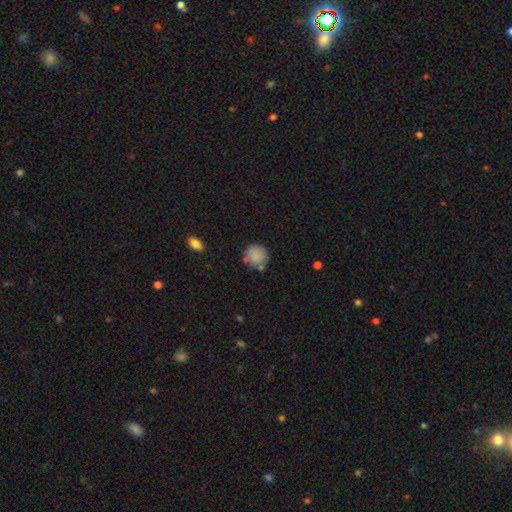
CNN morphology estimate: Smooth or featured: smooth — 83% (featured or disk — 9%)
How rounded: round — 89% (in between — 10%)
Merging: none — 69% (minor disturbance — 18%)